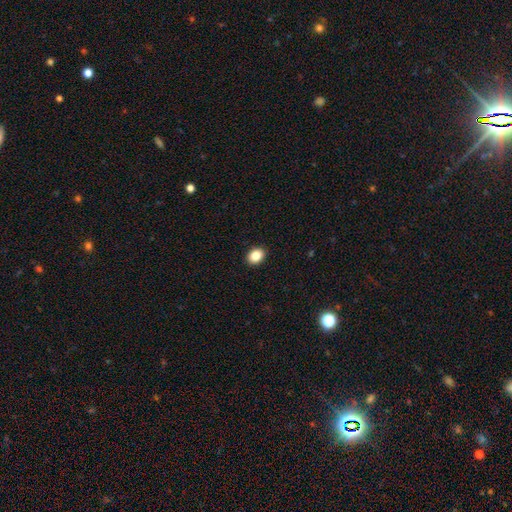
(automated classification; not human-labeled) Smooth or featured?
  - smooth: 86% *
  - star or artifact: 9%
  - featured or disk: 5%
How rounded?
  - in between: 60% *
  - round: 39%
  - cigar-shaped: 1%
Merging?
  - none: 91% *
  - minor disturbance: 6%
  - major disturbance: 2%
  - merger: 1%